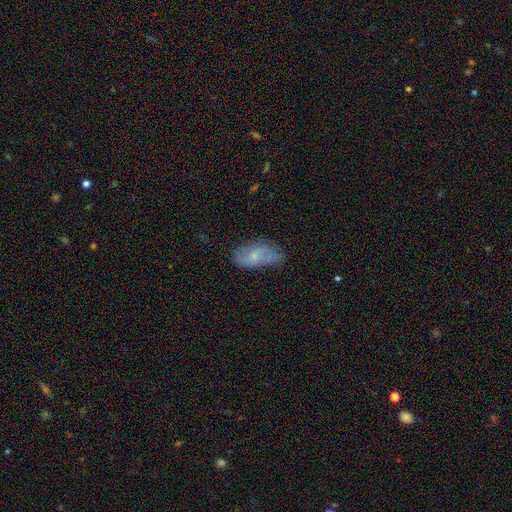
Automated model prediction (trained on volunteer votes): Morphology: type=smooth (49%); merging=none (57%).